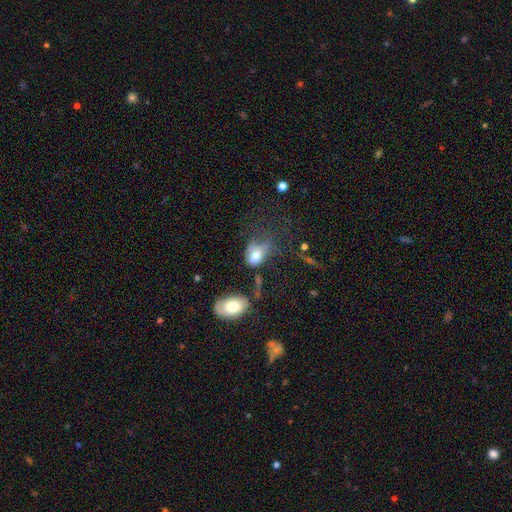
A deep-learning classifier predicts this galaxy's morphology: Q: Smooth or featured?
A: smooth (71%); runner-up: featured or disk (19%)
Q: How rounded?
A: in between (77%); runner-up: round (21%)
Q: Merging?
A: major disturbance (38%); runner-up: minor disturbance (23%)